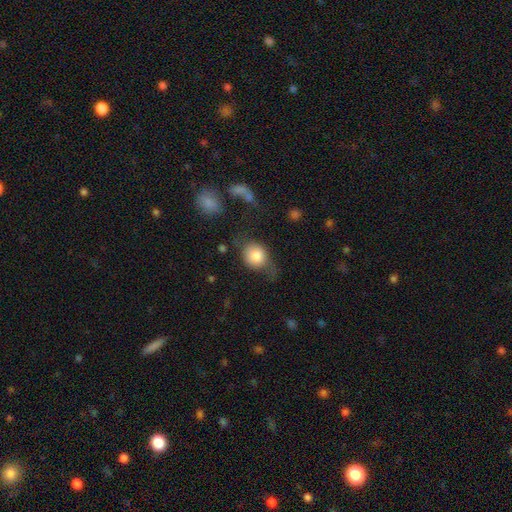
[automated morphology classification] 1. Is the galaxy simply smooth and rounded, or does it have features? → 79% smooth, 13% featured or disk, 8% star or artifact.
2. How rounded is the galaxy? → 67% round, 32% in between, 1% cigar-shaped.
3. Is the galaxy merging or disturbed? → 46% none, 29% minor disturbance, 21% major disturbance, 5% merger.